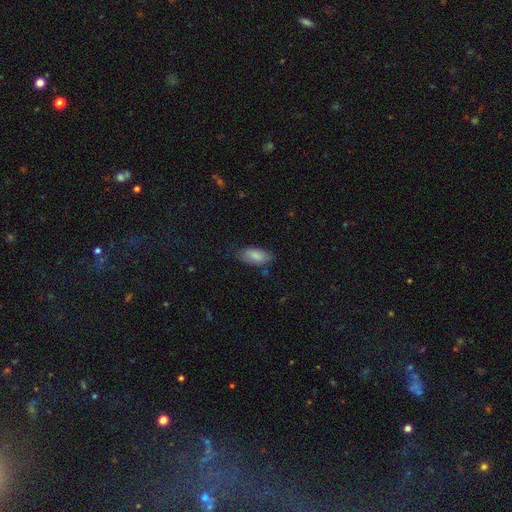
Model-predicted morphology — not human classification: This appears to be a smooth galaxy with no disk features (83%) that is in between round and cigar-shaped (89%). Merging: none (69%).